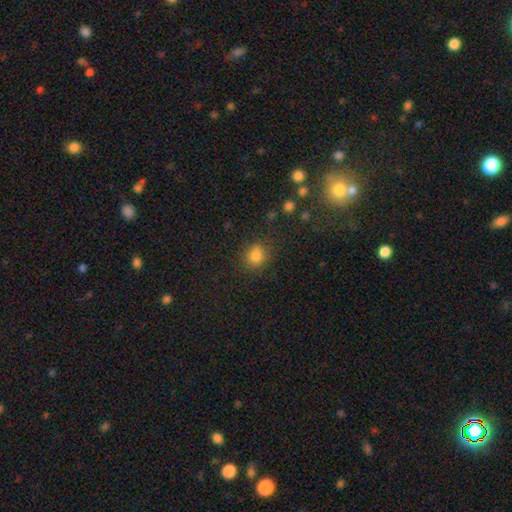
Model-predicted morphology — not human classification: smooth 81%, star or artifact 13%, featured or disk 6%. Down the decision tree: how rounded — round (80%); merging — none (79%).